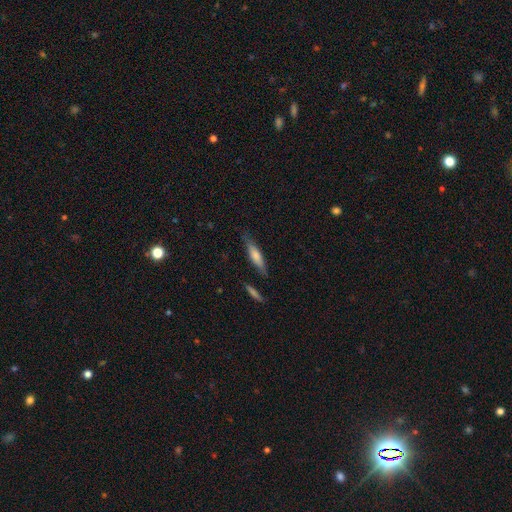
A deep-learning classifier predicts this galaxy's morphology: The model was most divided on "smooth or featured": smooth: 64%, featured or disk: 30%, star or artifact: 6%. More confident: merging — none (79%); how rounded — cigar-shaped (78%).